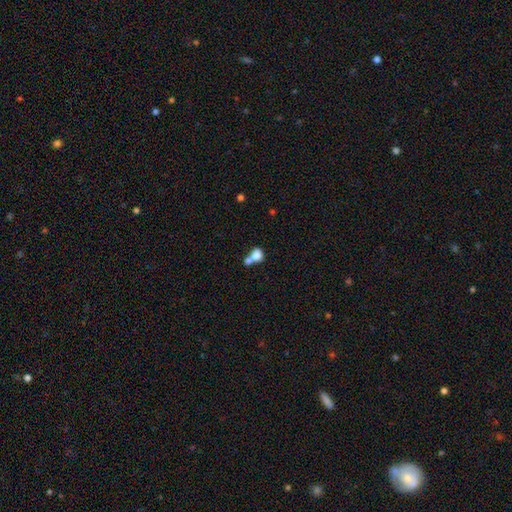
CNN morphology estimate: This is likely a smooth galaxy (79%). How rounded: possibly in between (51%). Merging: likely merger (63%).